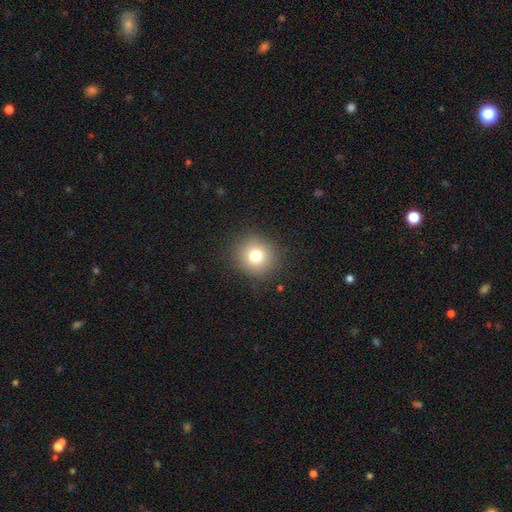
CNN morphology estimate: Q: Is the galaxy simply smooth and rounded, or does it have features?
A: smooth — 76%.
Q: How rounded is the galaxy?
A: round — 89%.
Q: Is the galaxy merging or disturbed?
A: none — 88%.